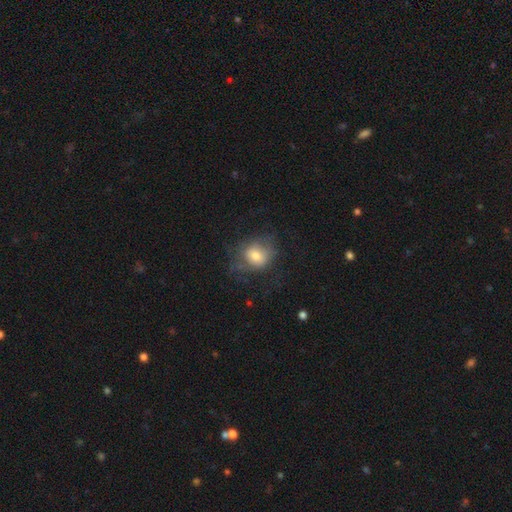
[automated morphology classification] Overall: smooth (66%). How rounded: round (61%; in between 38%). Merging: none (52%; minor disturbance 24%).